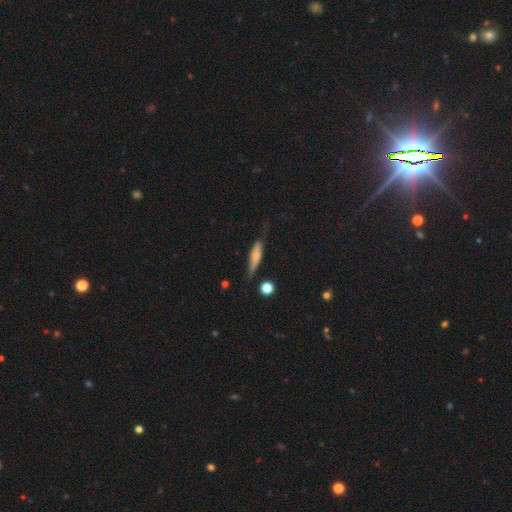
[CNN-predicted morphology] The model was most divided on "smooth or featured": smooth: 58%, featured or disk: 35%, star or artifact: 7%. More confident: how rounded — cigar-shaped (69%); merging — none (58%).